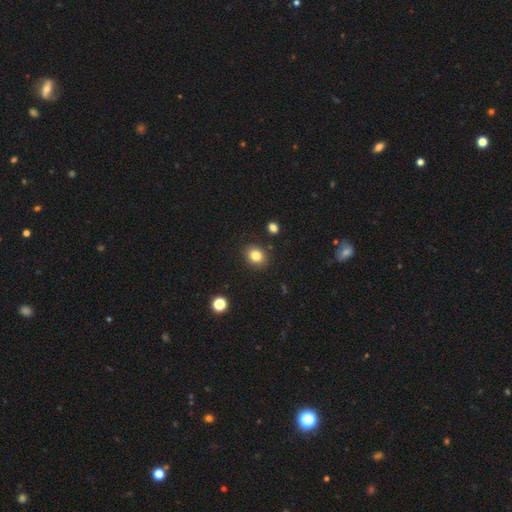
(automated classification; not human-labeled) Smooth or featured? Predicted: smooth (p=0.82). How rounded? Predicted: round (p=0.66). Merging? Predicted: none (p=0.89).